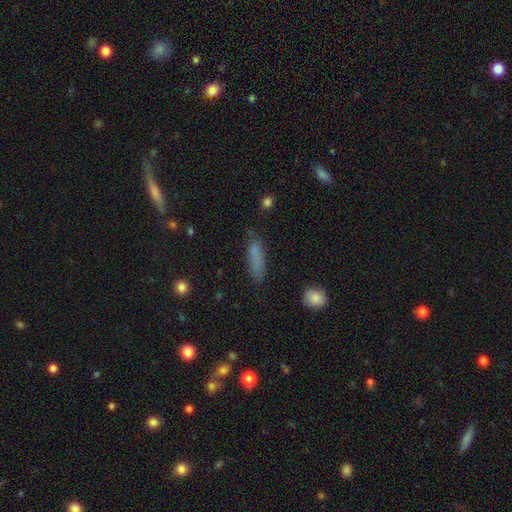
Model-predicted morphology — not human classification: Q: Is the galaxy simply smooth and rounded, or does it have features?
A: smooth — 68%.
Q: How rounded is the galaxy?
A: cigar-shaped — 67%.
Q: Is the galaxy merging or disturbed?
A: none — 77%.